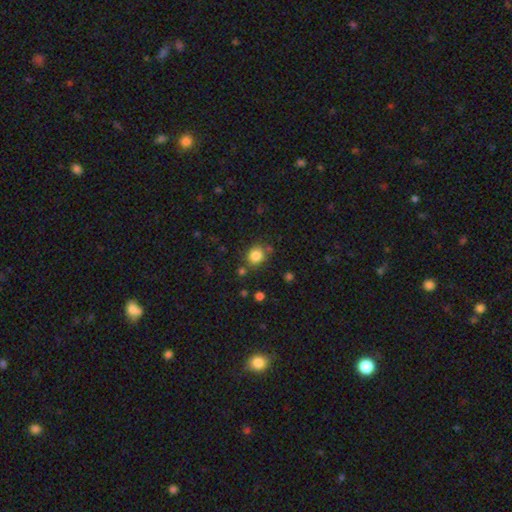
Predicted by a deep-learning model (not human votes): Morphology: type=smooth (83%); roundness=round (79%); merging=none (76%).